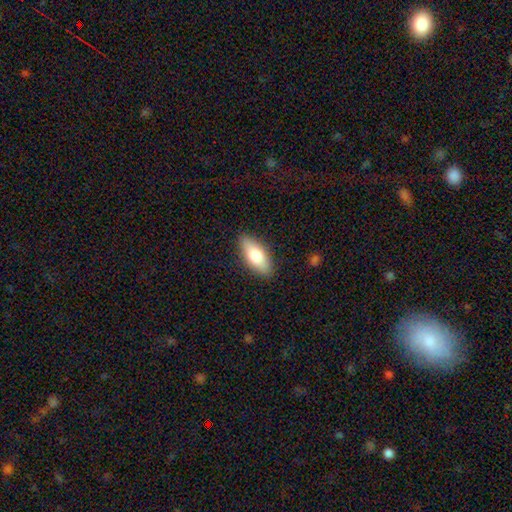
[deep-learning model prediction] A smooth galaxy with no disk features (74%) that is in between round and cigar-shaped (76%). Merging: none (87%).